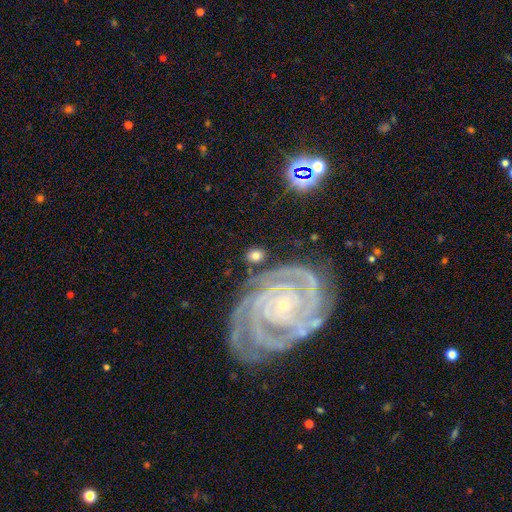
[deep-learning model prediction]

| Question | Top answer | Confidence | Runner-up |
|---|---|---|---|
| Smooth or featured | smooth | 48% | featured or disk (43%) |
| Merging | none | 76% | minor disturbance (13%) |